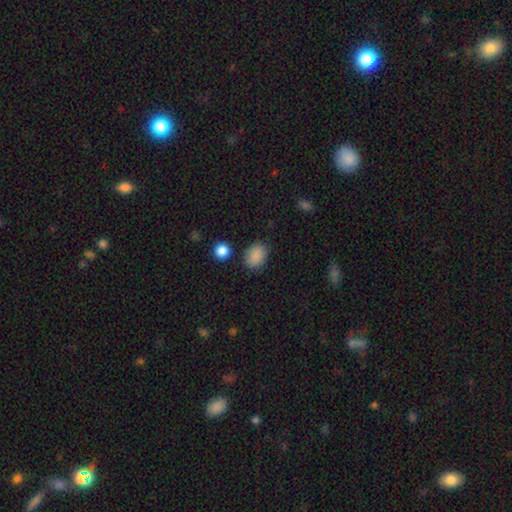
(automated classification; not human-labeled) Overall: smooth (87%). How rounded: in between (70%). Merging: none (82%).